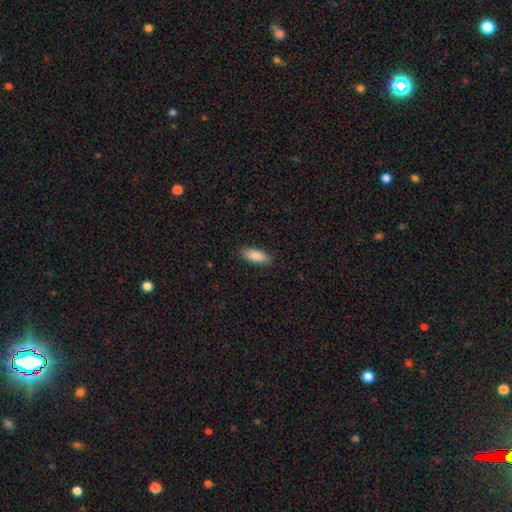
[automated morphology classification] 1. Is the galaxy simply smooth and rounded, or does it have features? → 87% smooth, 7% featured or disk, 6% star or artifact.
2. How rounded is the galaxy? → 72% in between, 26% cigar-shaped, 2% round.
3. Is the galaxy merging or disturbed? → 86% none, 10% minor disturbance, 2% major disturbance, 1% merger.